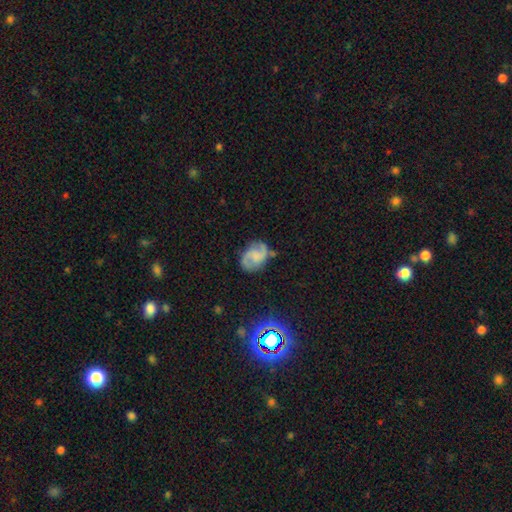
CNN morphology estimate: Q: Smooth or featured?
A: featured or disk (75%); runner-up: smooth (18%)
Q: Edge-on disk?
A: no (98%); runner-up: yes (2%)
Q: Bar?
A: no (49%); runner-up: weak (41%)
Q: Spiral arms?
A: yes (95%); runner-up: no (5%)
Q: Spiral winding?
A: medium (49%); runner-up: loose (34%)
Q: Spiral arm count?
A: 2 (90%); runner-up: can't tell (4%)
Q: Bulge size?
A: none (56%); runner-up: small (21%)
Q: Merging?
A: none (73%); runner-up: minor disturbance (18%)